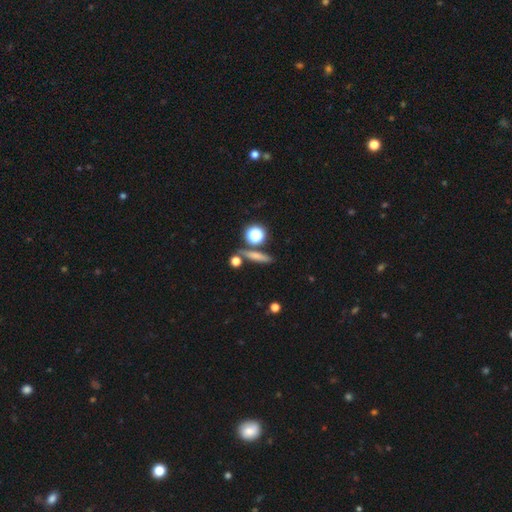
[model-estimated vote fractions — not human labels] Overall: smooth (66%). How rounded: cigar-shaped (63%). Merging: none (76%).